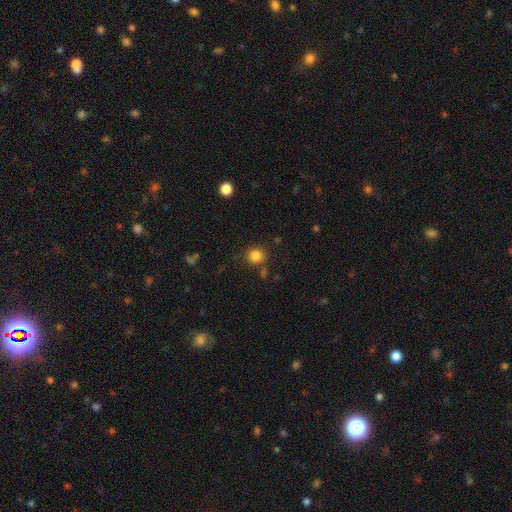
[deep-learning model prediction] Smooth or featured? Predicted: smooth (p=0.83). How rounded? Predicted: round (p=0.86). Merging? Predicted: none (p=0.82).